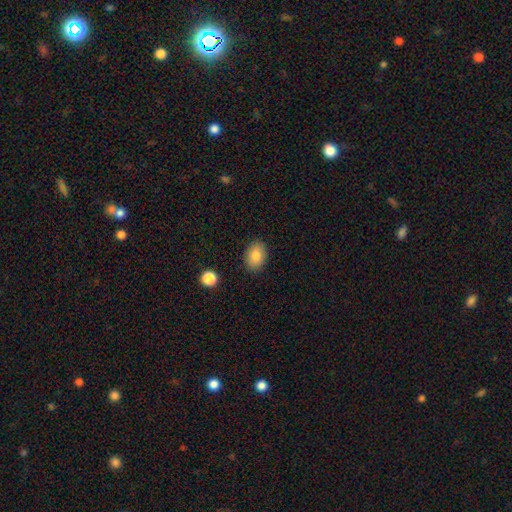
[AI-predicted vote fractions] A smooth galaxy with no disk features (84%) that is in between round and cigar-shaped (81%).

Vote fractions:
- Smooth or featured? smooth: 84% / star or artifact: 8% / featured or disk: 7%
- How rounded? in between: 81% / round: 18% / cigar-shaped: 1%
- Merging? none: 87% / minor disturbance: 9% / major disturbance: 2% / merger: 1%